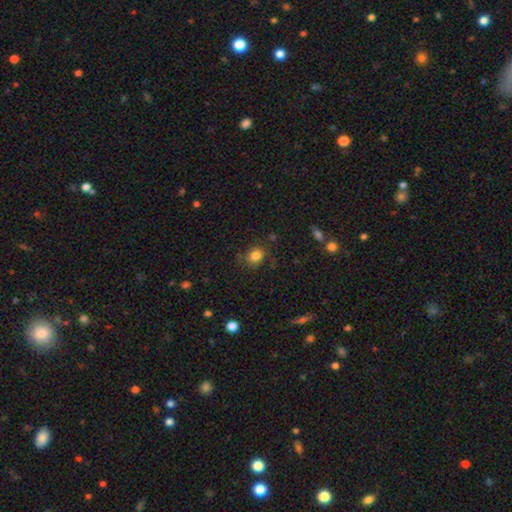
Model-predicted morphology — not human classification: This is clearly a smooth galaxy (82%). How rounded: likely round (64%). Merging: likely none (79%).